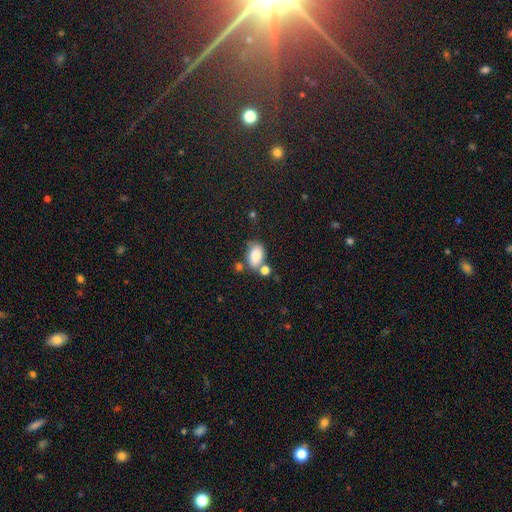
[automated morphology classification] A smooth galaxy with no disk features (82%) that is in between round and cigar-shaped (87%). Merging: none (45%).